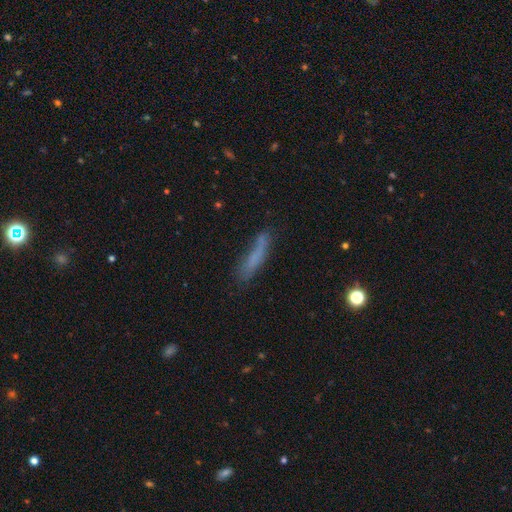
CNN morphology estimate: Smooth or featured? smooth (67%)
How rounded? cigar-shaped (84%)
Merging? none (64%)